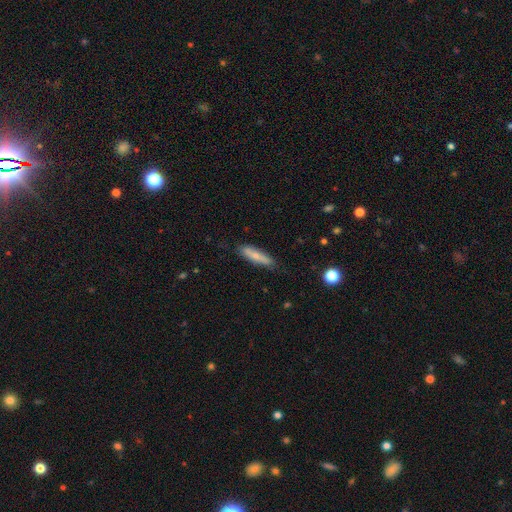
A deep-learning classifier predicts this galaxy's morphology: smooth 71%, featured or disk 23%, star or artifact 6%. Down the decision tree: how rounded — cigar-shaped (78%); merging — none (80%).